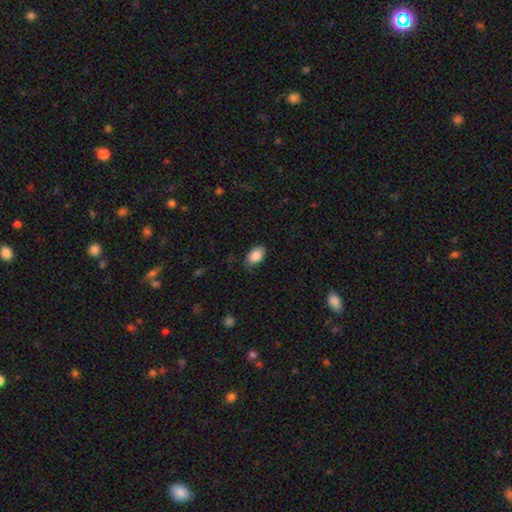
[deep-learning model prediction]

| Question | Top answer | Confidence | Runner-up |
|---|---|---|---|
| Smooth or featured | smooth | 87% | star or artifact (7%) |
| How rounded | in between | 91% | round (7%) |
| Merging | none | 80% | minor disturbance (16%) |